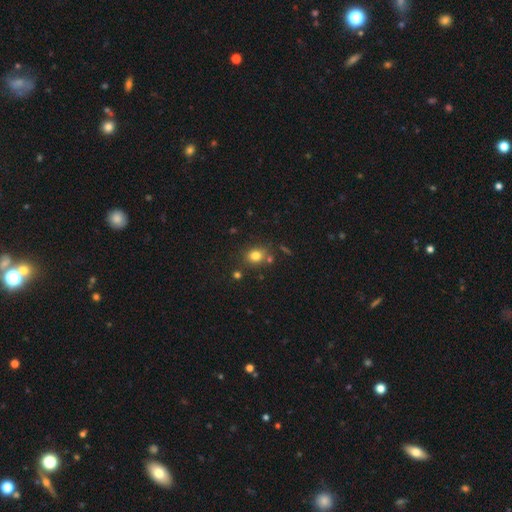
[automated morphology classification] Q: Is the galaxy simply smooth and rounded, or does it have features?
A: smooth — 78%.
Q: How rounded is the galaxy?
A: round — 64%.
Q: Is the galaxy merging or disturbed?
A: none — 74%.